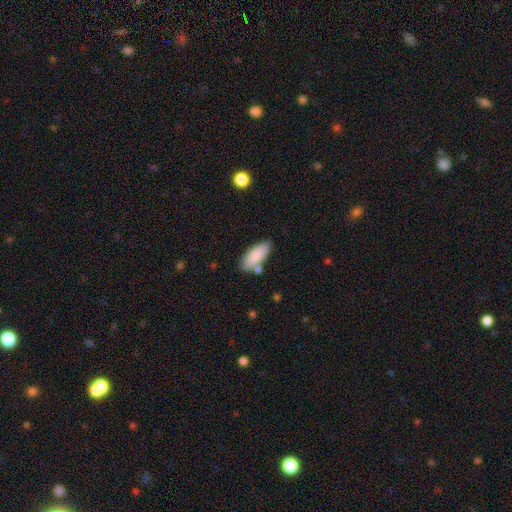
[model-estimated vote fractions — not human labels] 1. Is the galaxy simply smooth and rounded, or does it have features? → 86% smooth, 8% featured or disk, 6% star or artifact.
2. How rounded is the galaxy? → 81% in between, 17% cigar-shaped, 2% round.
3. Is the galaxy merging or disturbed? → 73% none, 14% minor disturbance, 9% merger, 3% major disturbance.